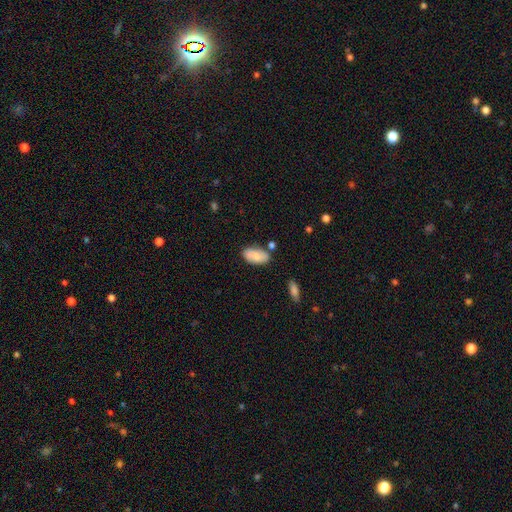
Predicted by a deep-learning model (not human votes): Smooth or featured?
  - smooth: 76% *
  - featured or disk: 17%
  - star or artifact: 7%
How rounded?
  - in between: 94% *
  - round: 3%
  - cigar-shaped: 3%
Merging?
  - none: 70% *
  - minor disturbance: 18%
  - merger: 8%
  - major disturbance: 4%